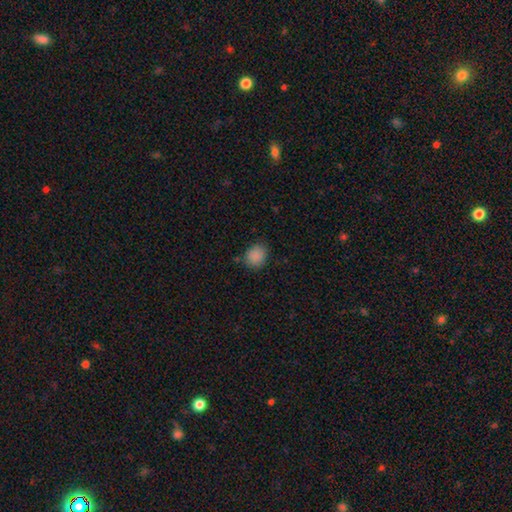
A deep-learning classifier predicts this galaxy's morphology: Q: Smooth or featured?
A: smooth (87%); runner-up: star or artifact (10%)
Q: How rounded?
A: round (66%); runner-up: in between (33%)
Q: Merging?
A: none (78%); runner-up: minor disturbance (17%)